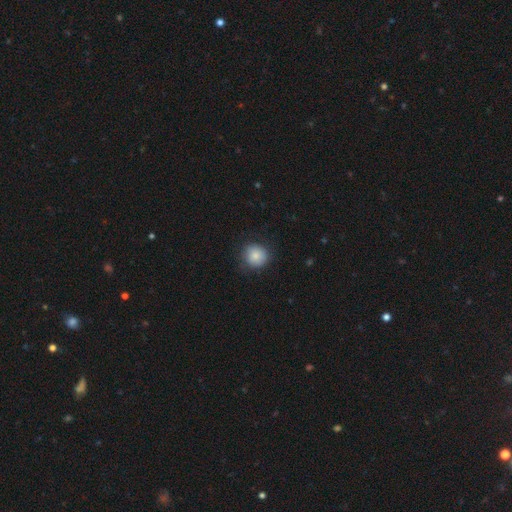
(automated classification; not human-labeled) This appears to be a smooth galaxy with no disk features (84%) that is round (90%). Merging: none (83%).